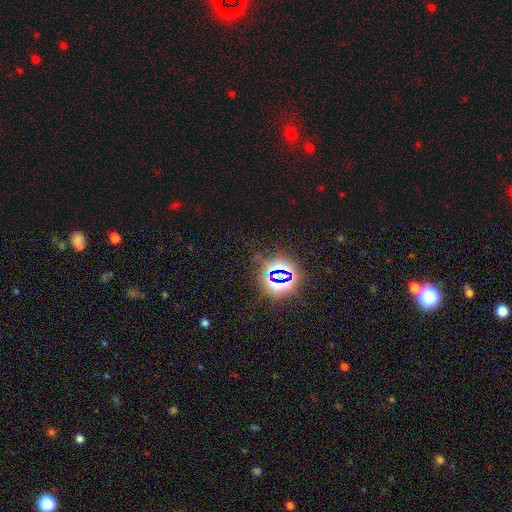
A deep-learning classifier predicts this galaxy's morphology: The model was most divided on "smooth or featured": star or artifact: 79%, smooth: 13%, featured or disk: 8%.